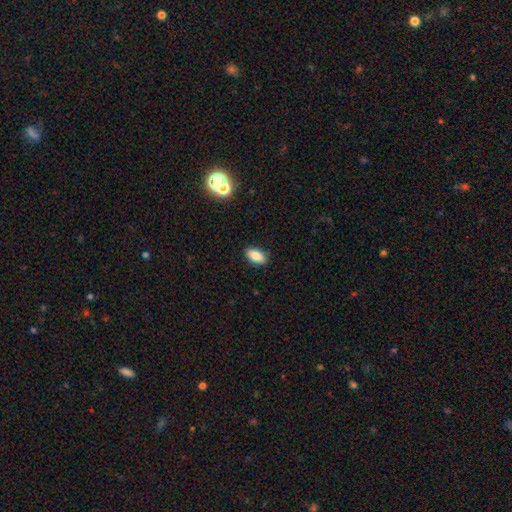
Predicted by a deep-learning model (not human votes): Smooth or featured? smooth (85%)
How rounded? in between (91%)
Merging? none (88%)